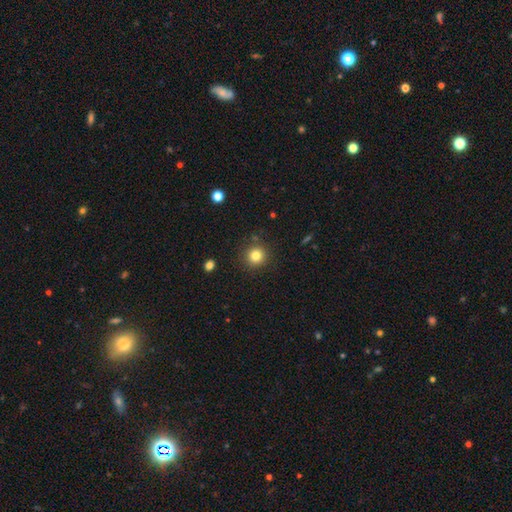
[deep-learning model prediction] Morphology: type=smooth (82%); roundness=round (93%); merging=none (88%).